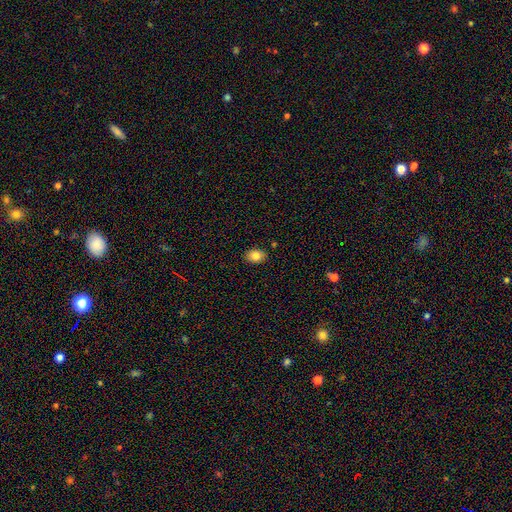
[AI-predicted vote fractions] This is clearly a smooth galaxy (83%). How rounded: likely in between (75%). Merging: clearly none (87%).